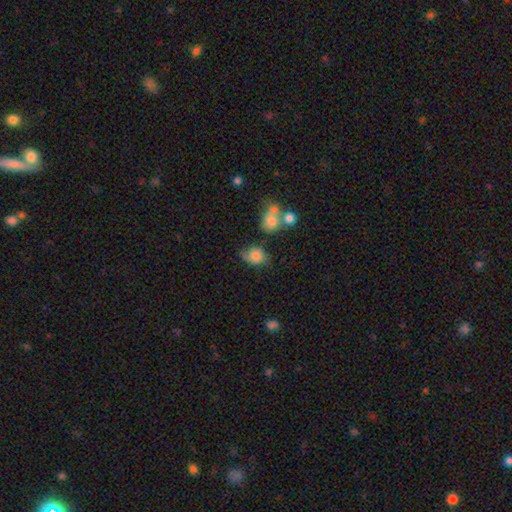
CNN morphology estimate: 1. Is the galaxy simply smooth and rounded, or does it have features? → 65% smooth, 25% featured or disk, 10% star or artifact.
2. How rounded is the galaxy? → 58% in between, 41% round, 1% cigar-shaped.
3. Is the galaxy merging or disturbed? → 46% none, 30% minor disturbance, 15% major disturbance, 10% merger.